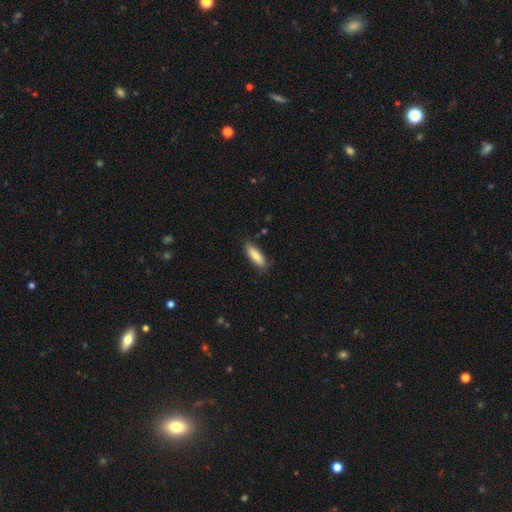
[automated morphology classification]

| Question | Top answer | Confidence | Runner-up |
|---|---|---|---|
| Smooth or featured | smooth | 84% | featured or disk (10%) |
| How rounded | in between | 53% | cigar-shaped (45%) |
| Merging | none | 83% | minor disturbance (13%) |